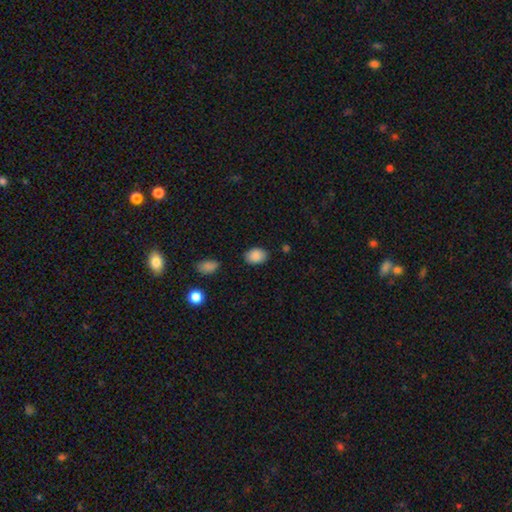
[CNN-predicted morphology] Smooth or featured? Predicted: smooth (p=0.88). How rounded? Predicted: in between (p=0.73). Merging? Predicted: none (p=0.81).